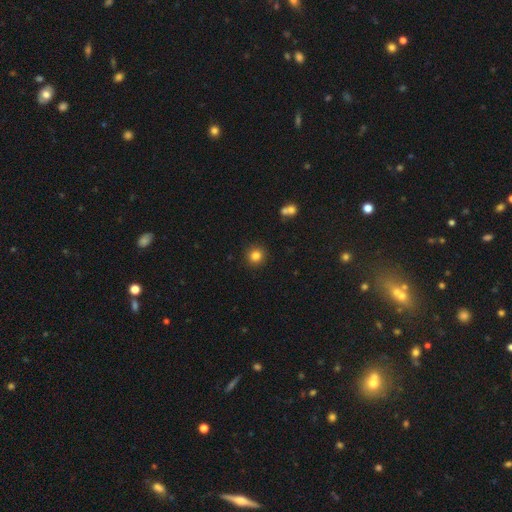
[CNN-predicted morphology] smooth 83%, star or artifact 12%, featured or disk 6%. Down the decision tree: how rounded — round (92%); merging — none (90%).